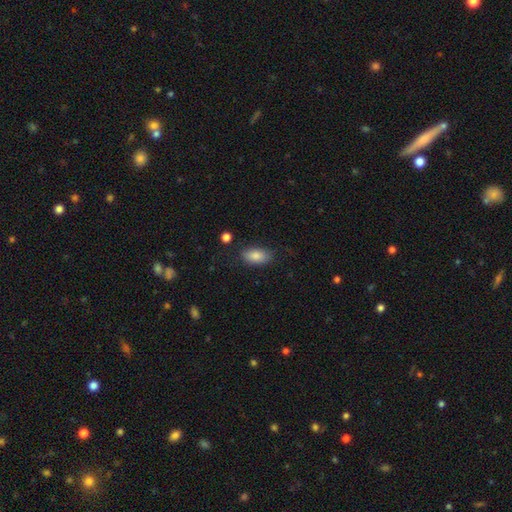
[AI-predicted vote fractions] smooth 84%, star or artifact 8%, featured or disk 8%. Down the decision tree: how rounded — in between (91%); merging — none (81%).